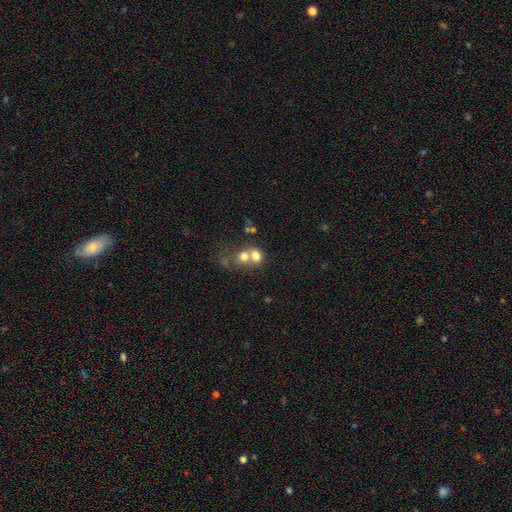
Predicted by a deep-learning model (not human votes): Smooth or featured? smooth (69%)
How rounded? round (63%)
Merging? merger (61%)